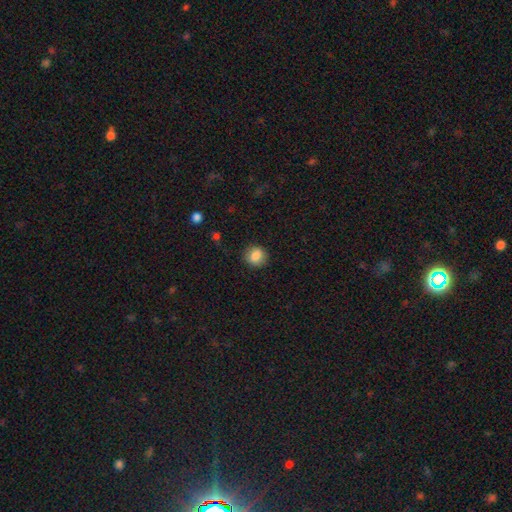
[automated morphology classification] type=smooth (85%); roundness=round (79%); merging=none (87%).